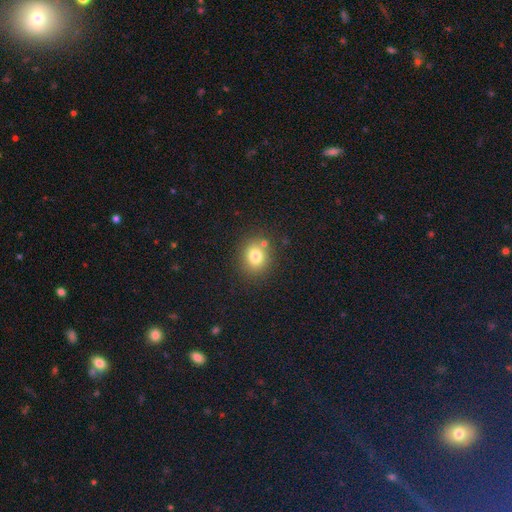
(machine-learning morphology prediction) This is likely a smooth galaxy (80%). How rounded: likely round (71%). Merging: likely none (77%).